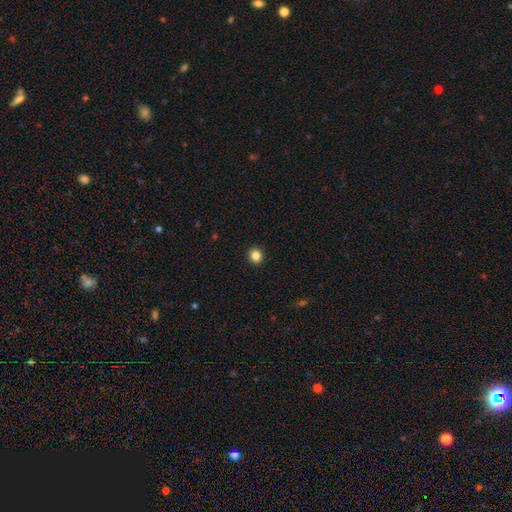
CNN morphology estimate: The model was most divided on "how rounded": round: 81%, in between: 18%, cigar-shaped: 1%. More confident: merging — none (93%); smooth or featured — smooth (85%).